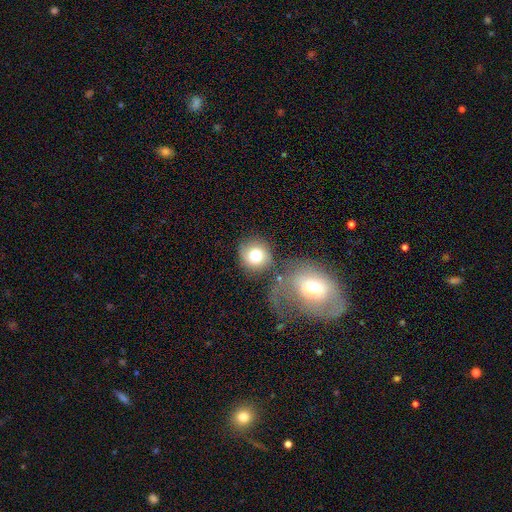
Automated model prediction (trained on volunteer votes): Smooth or featured?
  - smooth: 71% *
  - featured or disk: 20%
  - star or artifact: 9%
How rounded?
  - round: 83% *
  - in between: 16%
  - cigar-shaped: 1%
Merging?
  - none: 56% *
  - merger: 19%
  - minor disturbance: 15%
  - major disturbance: 9%